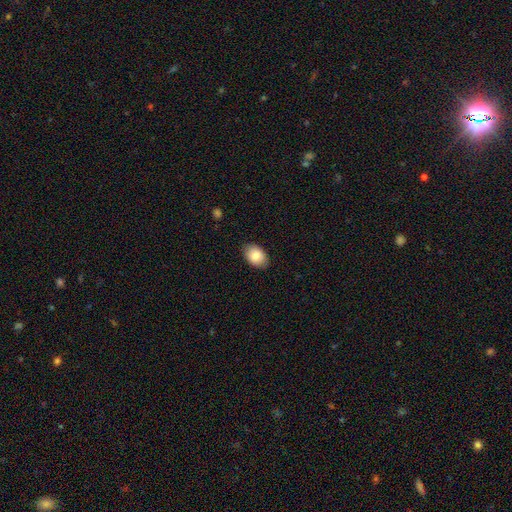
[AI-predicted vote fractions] smooth_or_featured: smooth (p=0.83) [alt: featured or disk p=0.10]
how_rounded: in between (p=0.84) [alt: round p=0.14]
merging: none (p=0.86) [alt: minor disturbance p=0.11]